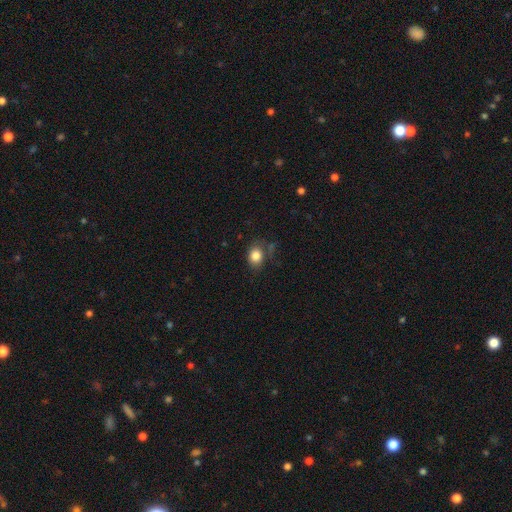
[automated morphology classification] This is clearly a smooth galaxy (84%). How rounded: possibly in between (53%). Merging: likely none (67%).